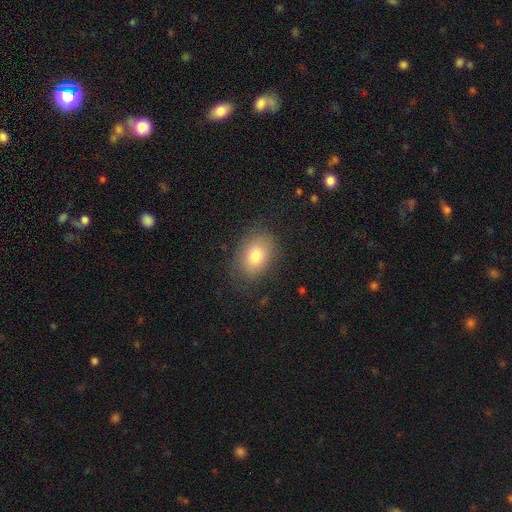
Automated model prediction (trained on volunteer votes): The model was most divided on "how rounded": in between: 77%, round: 22%, cigar-shaped: 1%. More confident: merging — none (78%); smooth or featured — smooth (78%).